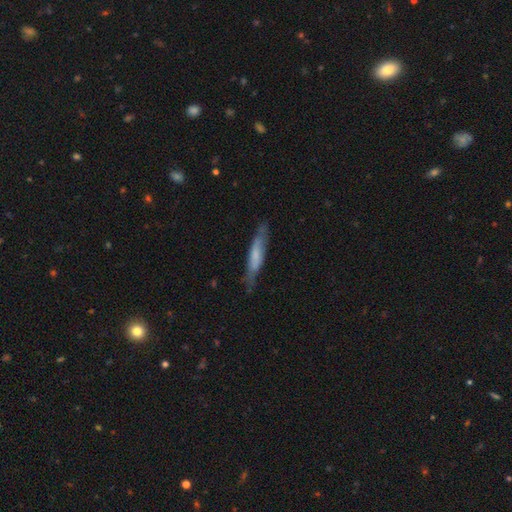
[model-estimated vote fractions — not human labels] smooth-or-featured: smooth: 54% | featured or disk: 39% | star or artifact: 6%
  how-rounded: cigar-shaped: 87% | in between: 12% | round: 1%
  merging: none: 74% | minor disturbance: 20% | major disturbance: 5% | merger: 2%